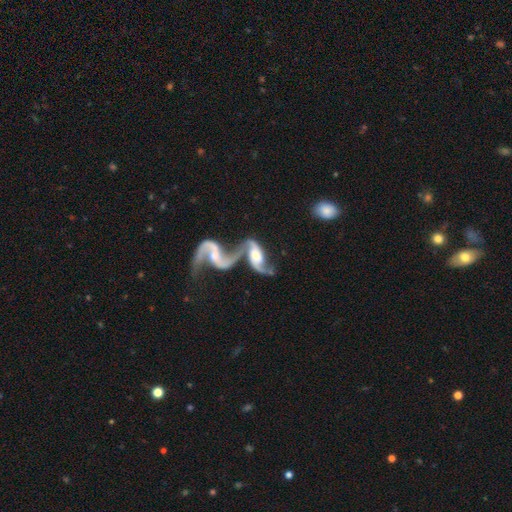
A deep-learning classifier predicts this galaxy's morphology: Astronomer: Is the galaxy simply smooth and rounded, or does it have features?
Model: featured or disk — 82%.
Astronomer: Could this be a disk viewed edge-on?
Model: no — 94%.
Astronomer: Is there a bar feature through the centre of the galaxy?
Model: no — 46% (runner-up: weak, 36%).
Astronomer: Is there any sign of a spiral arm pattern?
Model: yes — 92%.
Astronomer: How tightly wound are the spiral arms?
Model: loose — 73%.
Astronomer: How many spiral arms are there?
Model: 2 — 84%.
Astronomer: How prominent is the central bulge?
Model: moderate — 37% (runner-up: small, 30%).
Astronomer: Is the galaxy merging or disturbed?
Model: merger — 71%.